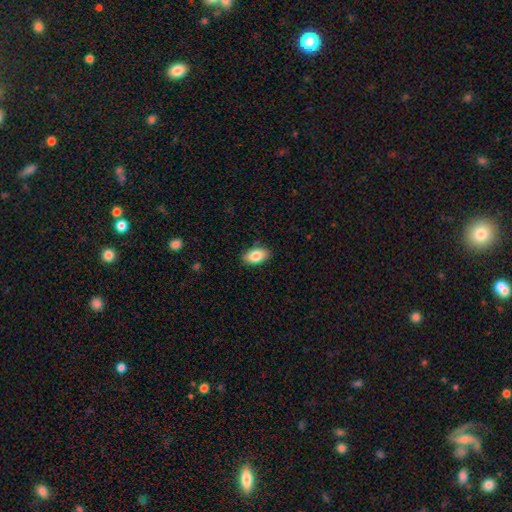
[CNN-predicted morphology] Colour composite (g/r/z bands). It shows a smooth galaxy with no disk features (85%) that is in between round and cigar-shaped (92%). Merging: none (87%).